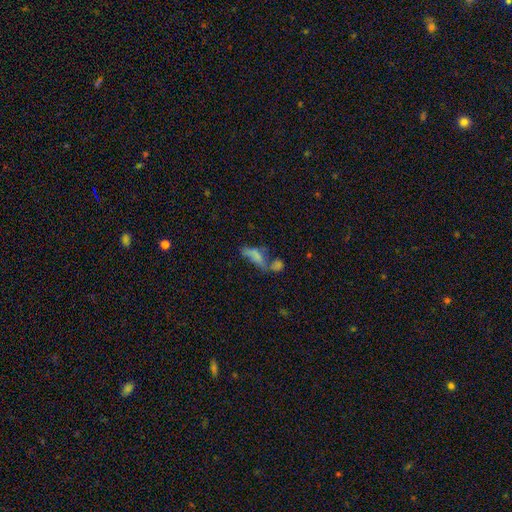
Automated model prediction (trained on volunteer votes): Smooth or featured: smooth — 58% (featured or disk — 27%)
How rounded: in between — 62% (cigar-shaped — 33%)
Merging: merger — 42% (none — 23%)